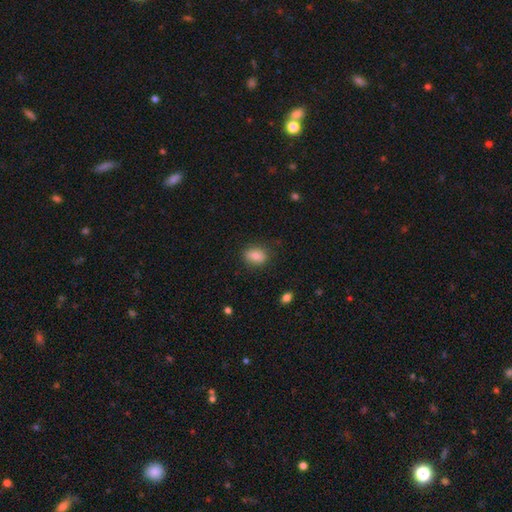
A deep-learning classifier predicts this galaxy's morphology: This appears to be a smooth galaxy with no disk features (83%) that is in between round and cigar-shaped (72%). Merging: none (80%).